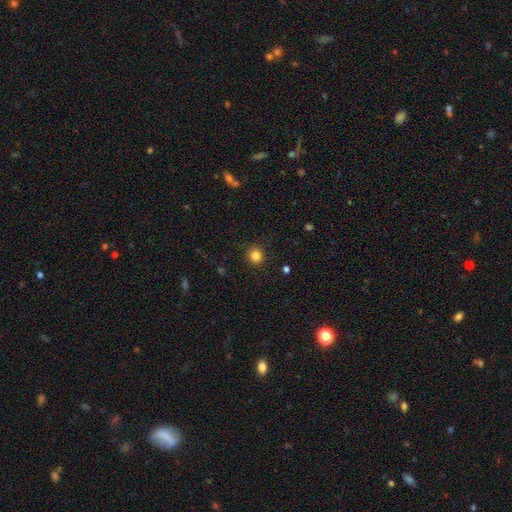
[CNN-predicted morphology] Q: Smooth or featured?
A: smooth (84%); runner-up: star or artifact (12%)
Q: How rounded?
A: round (89%); runner-up: in between (10%)
Q: Merging?
A: none (89%); runner-up: minor disturbance (7%)